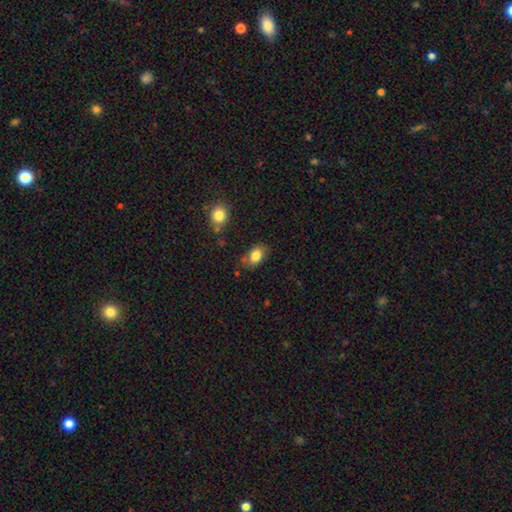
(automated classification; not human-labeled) Smooth or featured: smooth — 82% (featured or disk — 11%)
How rounded: in between — 86% (round — 12%)
Merging: none — 72% (minor disturbance — 20%)